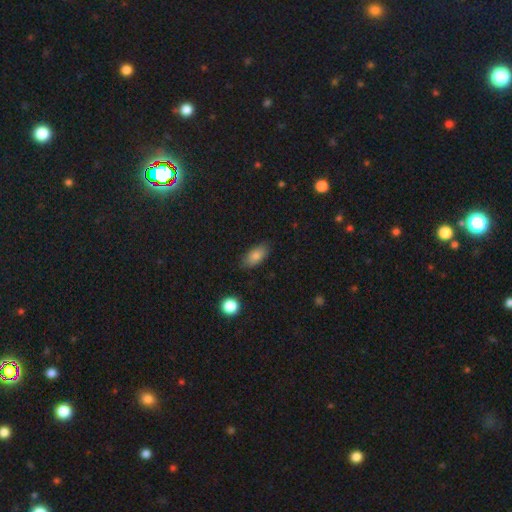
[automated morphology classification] A smooth galaxy with no disk features (81%) that is in between round and cigar-shaped (88%).

Vote fractions:
- Smooth or featured? smooth: 81% / featured or disk: 11% / star or artifact: 8%
- How rounded? in between: 88% / cigar-shaped: 8% / round: 4%
- Merging? none: 82% / minor disturbance: 14% / major disturbance: 3% / merger: 1%